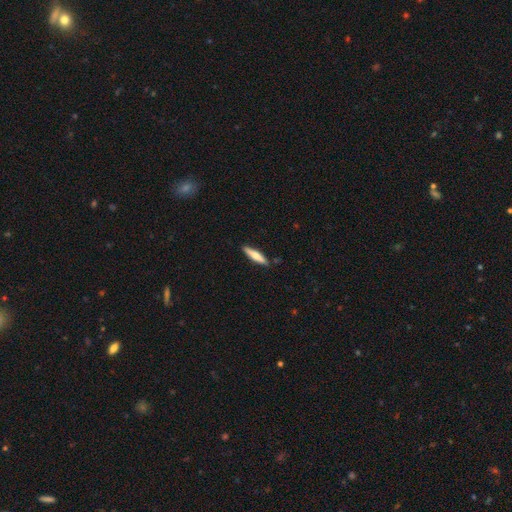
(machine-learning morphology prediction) Smooth or featured: smooth — 58% (featured or disk — 37%)
How rounded: cigar-shaped — 85% (in between — 14%)
Merging: none — 88% (minor disturbance — 9%)